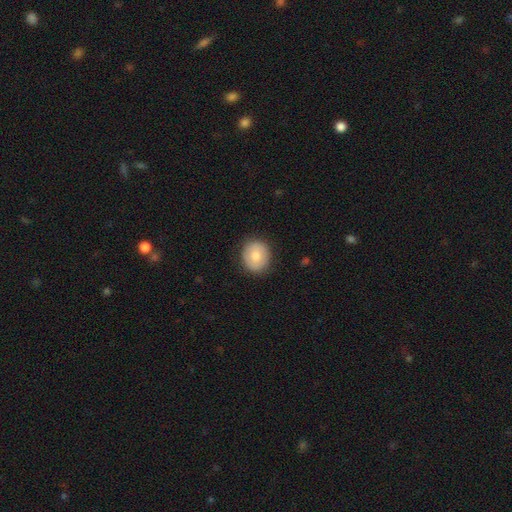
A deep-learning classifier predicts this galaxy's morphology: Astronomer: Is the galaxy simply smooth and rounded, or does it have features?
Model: smooth — 77%.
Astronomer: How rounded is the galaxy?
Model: round — 77%.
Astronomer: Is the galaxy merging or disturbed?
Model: none — 87%.